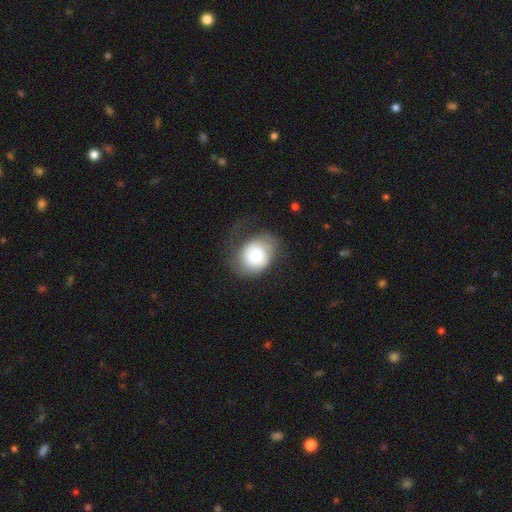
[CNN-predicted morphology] This appears to be a smooth galaxy with no disk features (53%) that is round (59%). Merging: none (40%).